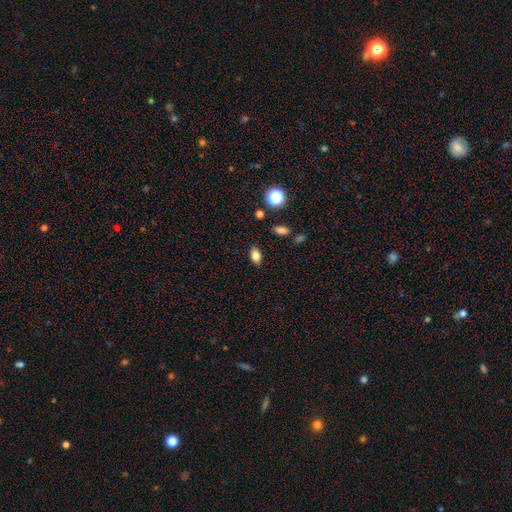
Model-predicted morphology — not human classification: type=smooth (80%); roundness=in between (84%); merging=none (85%).